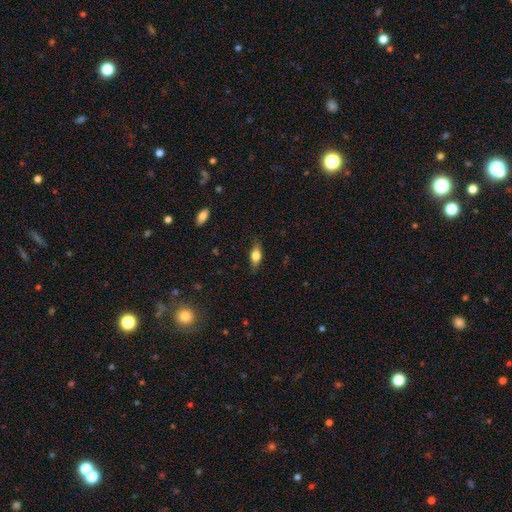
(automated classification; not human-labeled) smooth 64%, featured or disk 28%, star or artifact 8%. Down the decision tree: how rounded — in between (71%); merging — none (79%).